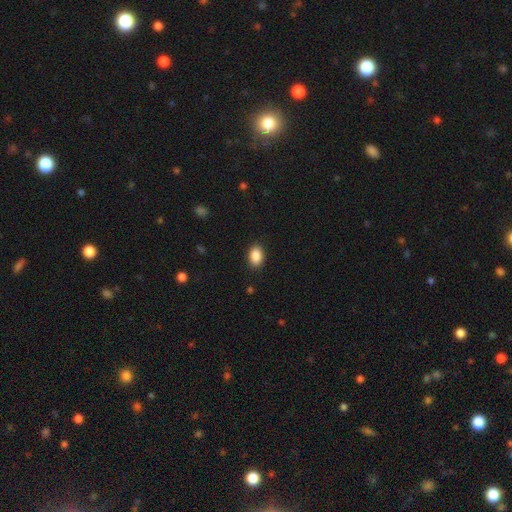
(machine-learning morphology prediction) Smooth or featured? Predicted: smooth (p=0.89). How rounded? Predicted: in between (p=0.86). Merging? Predicted: none (p=0.89).